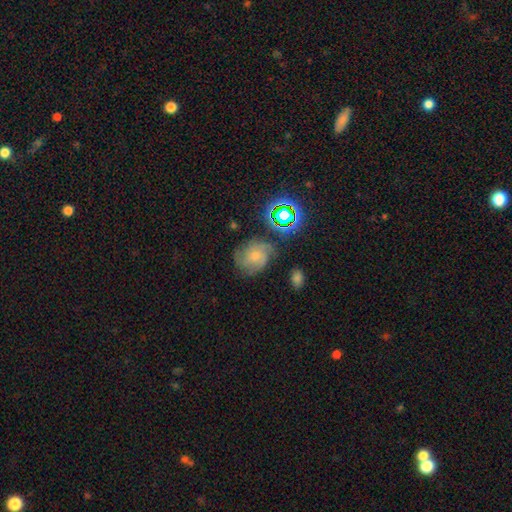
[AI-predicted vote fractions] Morphology: type=featured or disk (49%); merging=none (61%).